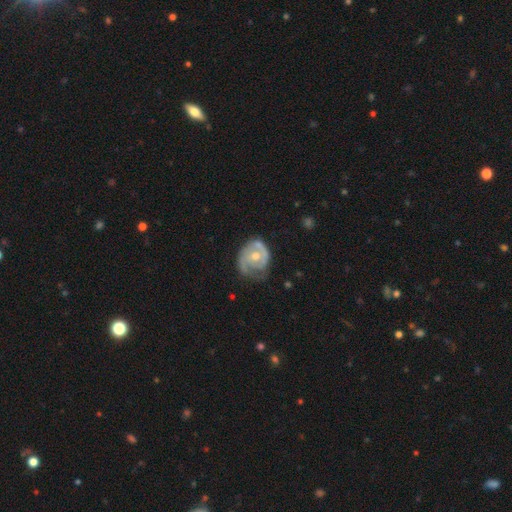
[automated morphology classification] Smooth or featured?
  - featured or disk: 75% *
  - smooth: 19%
  - star or artifact: 5%
Edge-on disk?
  - no: 98% *
  - yes: 2%
Bar?
  - no: 77% *
  - weak: 20%
  - strong: 3%
Spiral arms?
  - yes: 85% *
  - no: 15%
Spiral winding?
  - tight: 52% *
  - medium: 34%
  - loose: 14%
Spiral arm count?
  - 2: 48% *
  - 1: 21%
  - can't tell: 19%
  - 3: 8%
  - 4: 2%
  - more than 4: 2%
Bulge size?
  - moderate: 65% *
  - small: 30%
  - large: 3%
  - none: 1%
  - dominant: 1%
Merging?
  - none: 50% *
  - minor disturbance: 30%
  - major disturbance: 17%
  - merger: 3%